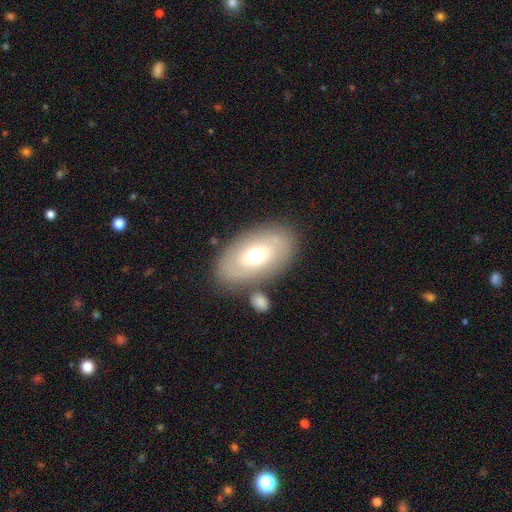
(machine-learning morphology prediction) Smooth or featured: smooth — 57% (featured or disk — 37%)
How rounded: in between — 92% (round — 6%)
Merging: none — 75% (minor disturbance — 13%)